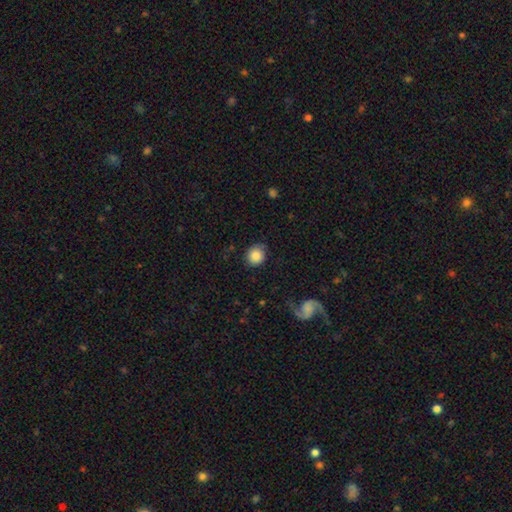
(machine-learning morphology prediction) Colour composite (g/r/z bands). It shows a smooth galaxy with no disk features (84%) that is round (79%). Merging: none (80%).